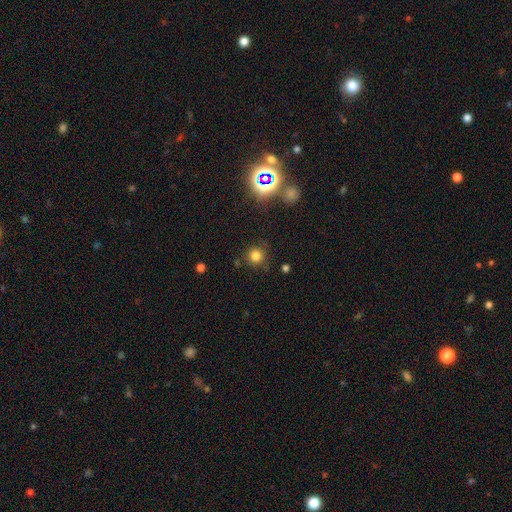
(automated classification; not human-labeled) smooth_or_featured: smooth (p=0.76) [alt: star or artifact p=0.18]
how_rounded: round (p=0.93) [alt: in between p=0.06]
merging: none (p=0.81) [alt: minor disturbance p=0.12]